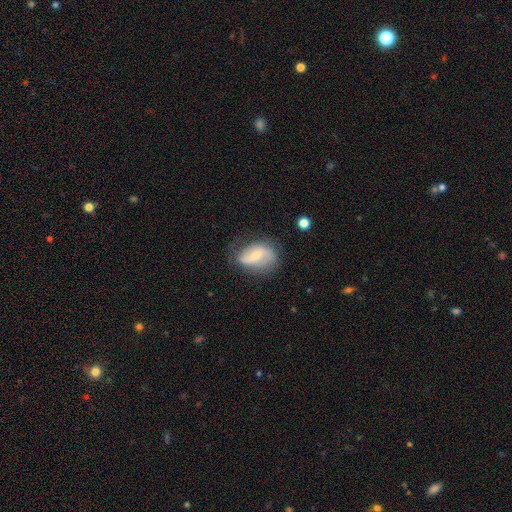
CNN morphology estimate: smooth_or_featured: featured or disk (p=0.59) [alt: smooth p=0.33]
disk_edge_on: no (p=0.95) [alt: yes p=0.05]
bar: weak (p=0.42) [alt: no p=0.36]
has_spiral_arms: yes (p=0.81) [alt: no p=0.19]
bulge_size: small (p=0.57) [alt: moderate p=0.32]
merging: none (p=0.58) [alt: minor disturbance p=0.27]